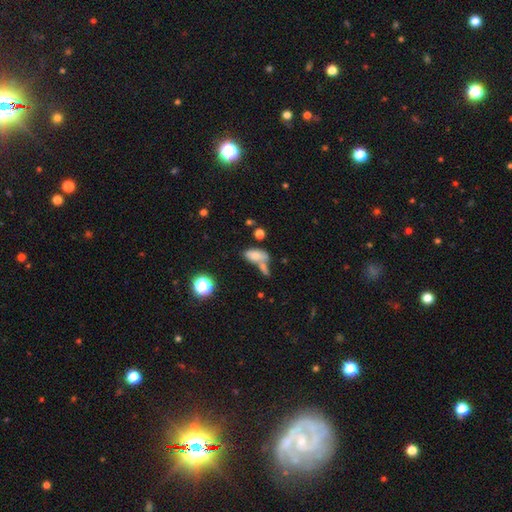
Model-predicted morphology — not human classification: A smooth galaxy with no disk features (73%) that is in between round and cigar-shaped (87%). Merging: merger (44%).